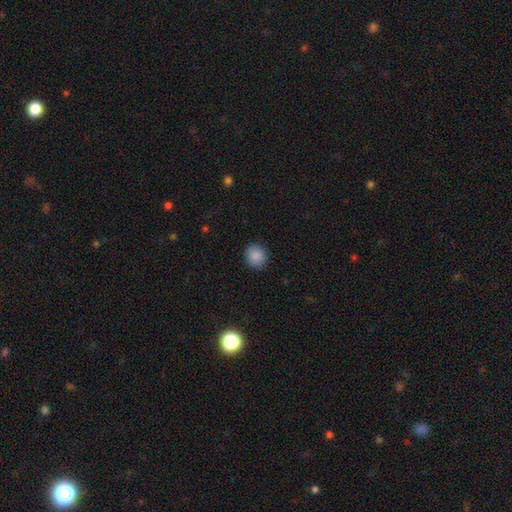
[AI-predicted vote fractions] Smooth or featured? Predicted: smooth (p=0.88). How rounded? Predicted: round (p=0.83). Merging? Predicted: none (p=0.90).